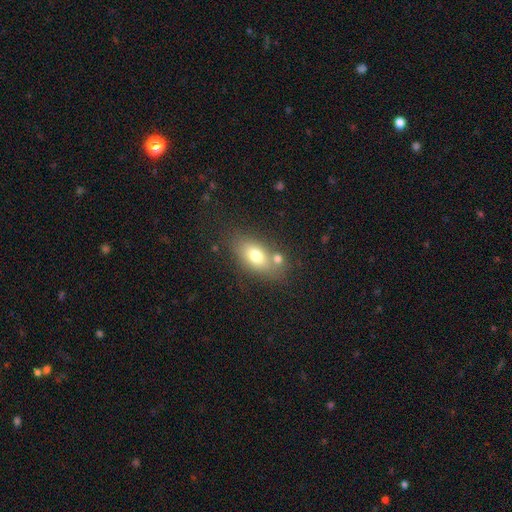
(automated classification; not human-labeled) Morphology: type=smooth (74%); roundness=in between (85%); merging=none (59%).